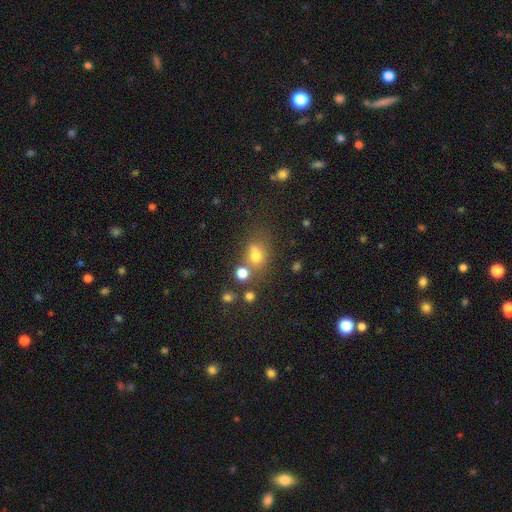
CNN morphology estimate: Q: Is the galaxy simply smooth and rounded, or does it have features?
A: smooth — 68%.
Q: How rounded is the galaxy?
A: round — 50%.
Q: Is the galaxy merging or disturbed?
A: none — 50%.